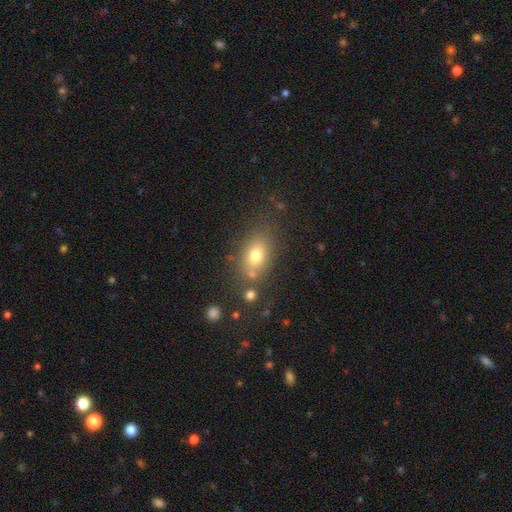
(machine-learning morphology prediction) Smooth or featured? Predicted: smooth (p=0.73). How rounded? Predicted: in between (p=0.79). Merging? Predicted: none (p=0.70).